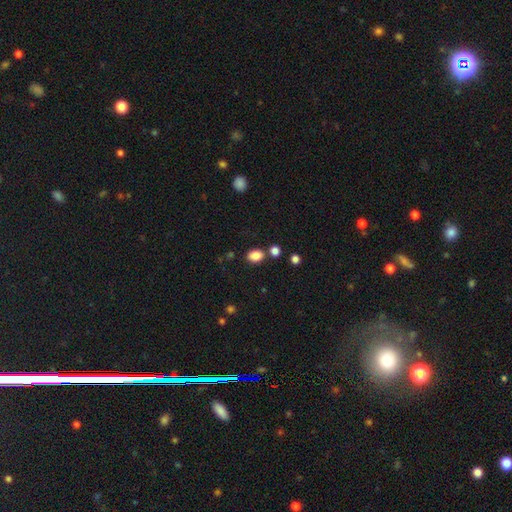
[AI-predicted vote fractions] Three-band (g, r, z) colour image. It shows a smooth galaxy with no disk features (85%) that is in between round and cigar-shaped (74%). Merging: none (76%).